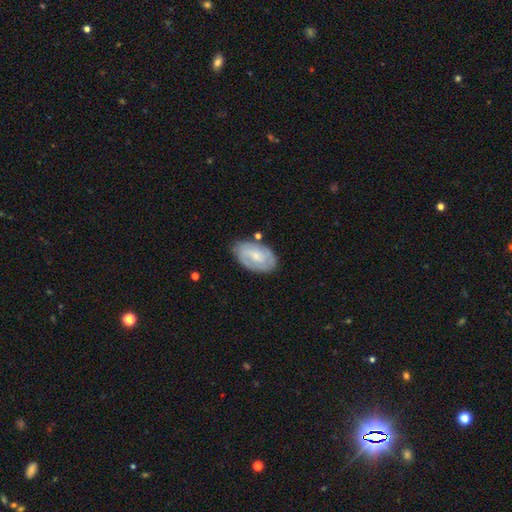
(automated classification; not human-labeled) A featured or disk galaxy (63%) with no bar (47%), 2 (52%) tight (51%) spiral arms (84%) and a small central bulge (66%). Merging: none (75%).